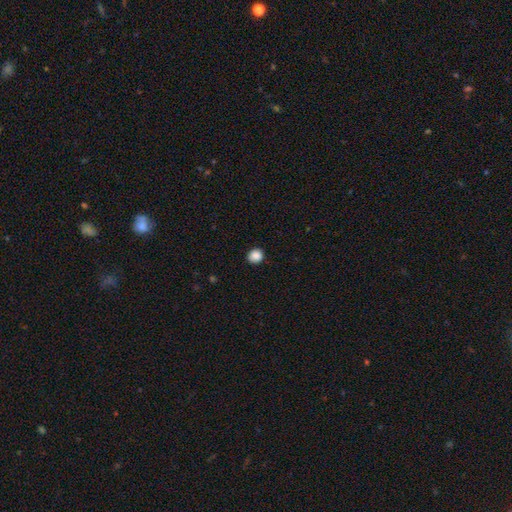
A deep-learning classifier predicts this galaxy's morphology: This appears to be a smooth galaxy with no disk features (88%) that is round (86%). Merging: none (90%).